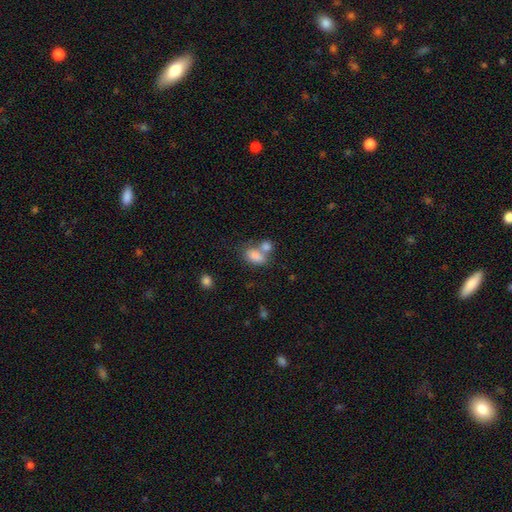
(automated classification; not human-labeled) smooth 81%, star or artifact 10%, featured or disk 9%. Down the decision tree: how rounded — in between (85%); merging — merger (48%).